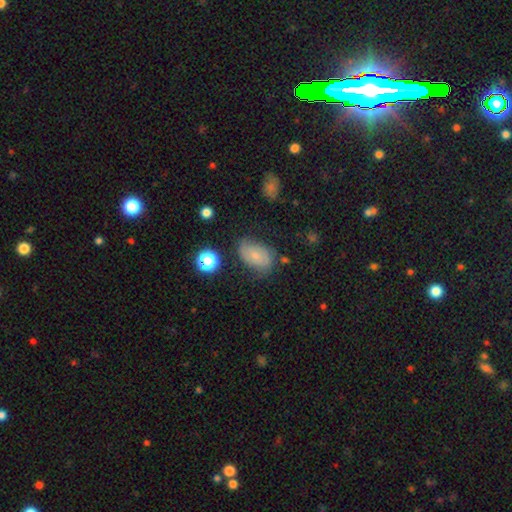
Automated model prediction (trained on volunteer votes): smooth-or-featured: smooth: 57% | featured or disk: 33% | star or artifact: 11%
  how-rounded: in between: 86% | round: 12% | cigar-shaped: 1%
  merging: none: 57% | minor disturbance: 28% | major disturbance: 11% | merger: 4%